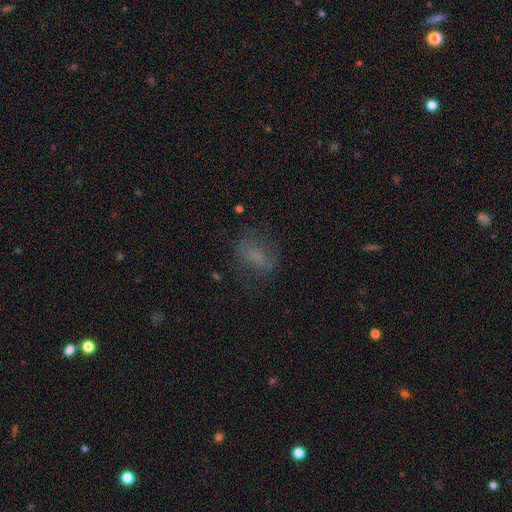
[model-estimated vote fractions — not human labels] A smooth galaxy with no disk features (64%) that is in between round and cigar-shaped (77%).

Vote fractions:
- Smooth or featured? smooth: 64% / featured or disk: 18% / star or artifact: 17%
- How rounded? in between: 77% / round: 15% / cigar-shaped: 8%
- Merging? none: 65% / minor disturbance: 19% / major disturbance: 14% / merger: 2%